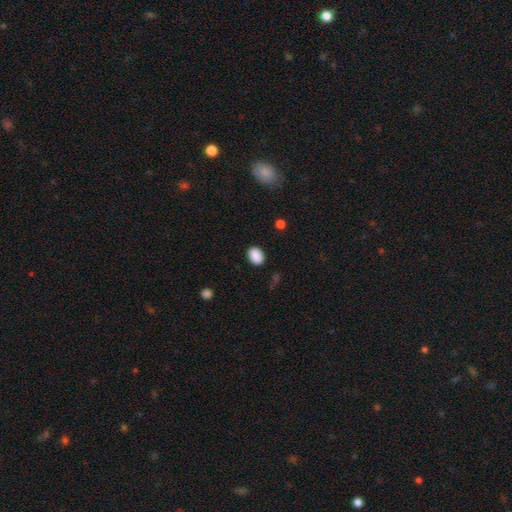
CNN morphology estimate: A smooth galaxy with no disk features (89%) that is in between round and cigar-shaped (77%). Merging: none (86%).